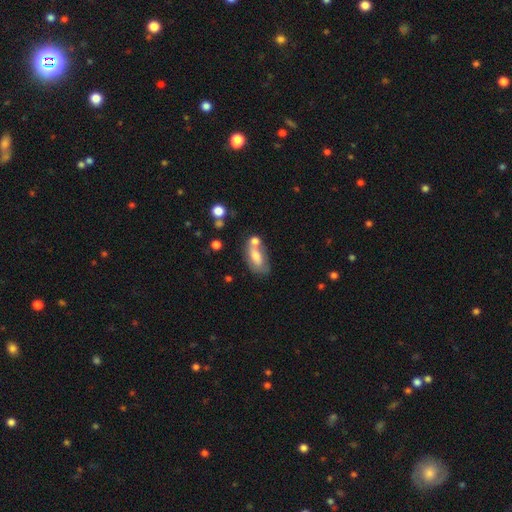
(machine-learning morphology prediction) A smooth galaxy with no disk features (64%) that is in between round and cigar-shaped (83%). Merging: none (36%, tied with merger).